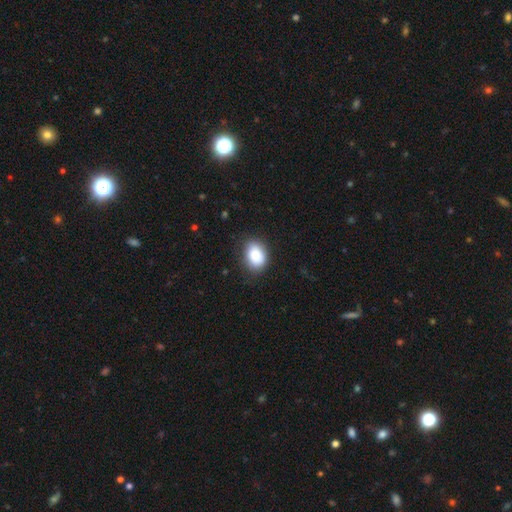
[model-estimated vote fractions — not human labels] Overall: smooth (87%). How rounded: in between (78%). Merging: none (81%).